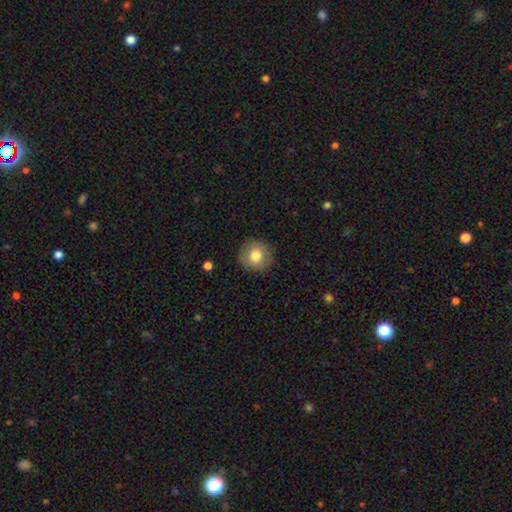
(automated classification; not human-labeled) Smooth or featured? smooth (78%)
How rounded? round (93%)
Merging? none (90%)